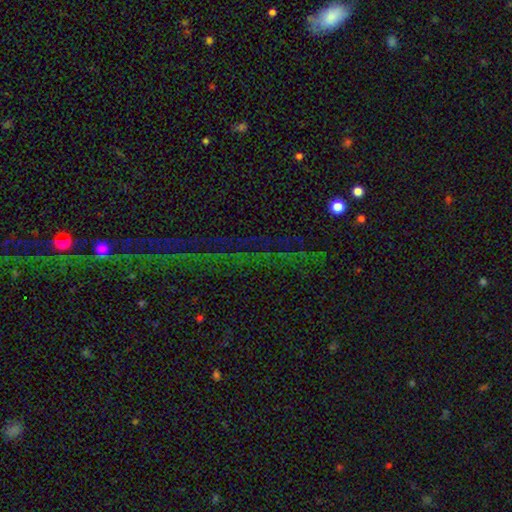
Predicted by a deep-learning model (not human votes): Smooth or featured: star or artifact — 77% (featured or disk — 12%)